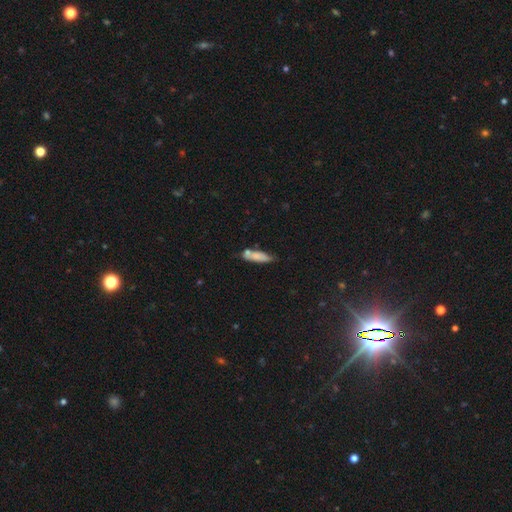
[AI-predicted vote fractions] Smooth or featured: smooth — 76% (featured or disk — 17%)
How rounded: cigar-shaped — 59% (in between — 39%)
Merging: none — 54% (minor disturbance — 22%)